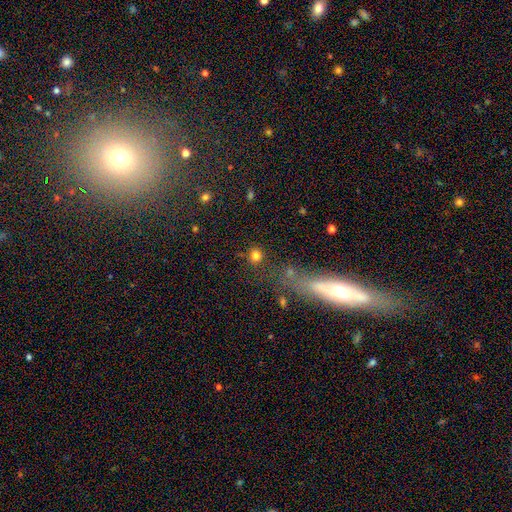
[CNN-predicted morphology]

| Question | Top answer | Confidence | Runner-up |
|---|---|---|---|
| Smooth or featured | smooth | 79% | star or artifact (15%) |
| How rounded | round | 84% | in between (14%) |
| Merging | none | 77% | minor disturbance (10%) |